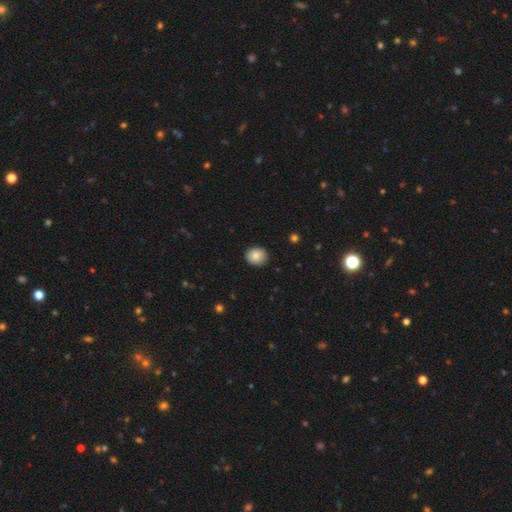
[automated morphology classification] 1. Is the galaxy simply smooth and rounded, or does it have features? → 86% smooth, 8% star or artifact, 6% featured or disk.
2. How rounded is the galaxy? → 75% round, 24% in between, 1% cigar-shaped.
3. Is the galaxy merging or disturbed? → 88% none, 9% minor disturbance, 2% major disturbance, 1% merger.